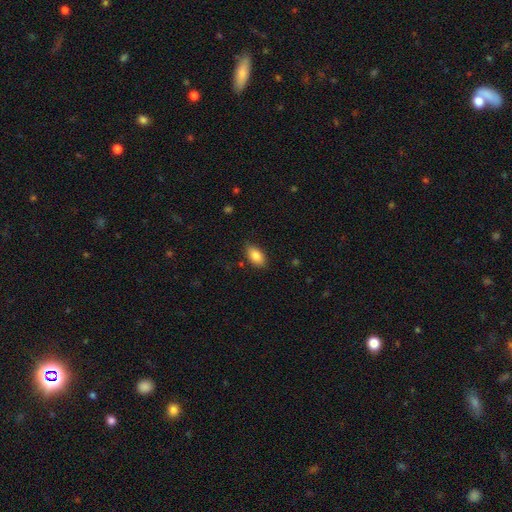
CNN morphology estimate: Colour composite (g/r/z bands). It shows a smooth galaxy with no disk features (84%) that is in between round and cigar-shaped (92%). Merging: none (83%).